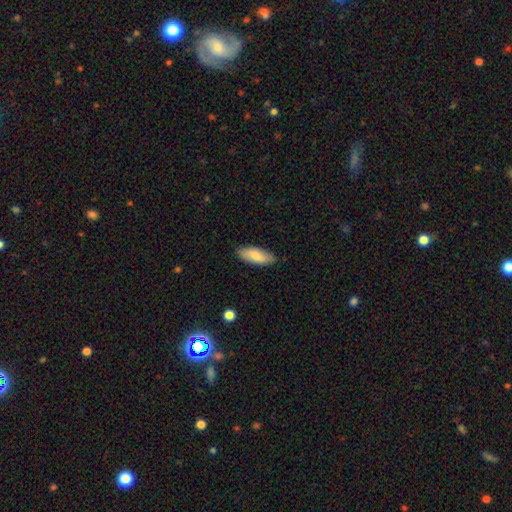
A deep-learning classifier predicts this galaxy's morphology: Smooth or featured?
  - smooth: 80% *
  - featured or disk: 15%
  - star or artifact: 5%
How rounded?
  - in between: 77% *
  - cigar-shaped: 21%
  - round: 2%
Merging?
  - none: 85% *
  - minor disturbance: 12%
  - major disturbance: 2%
  - merger: 1%